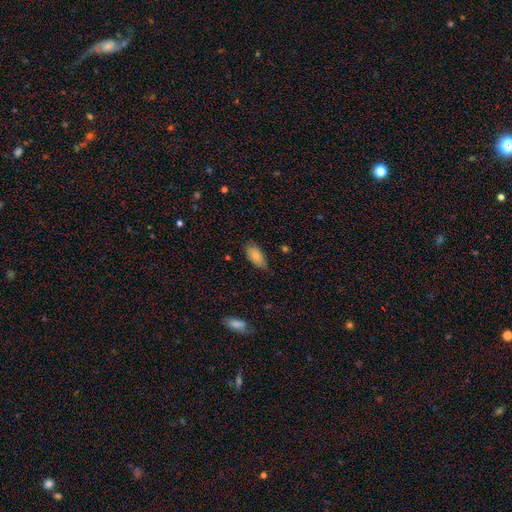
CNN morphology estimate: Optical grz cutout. It shows a smooth galaxy with no disk features (84%) that is in between round and cigar-shaped (92%). Merging: none (70%).